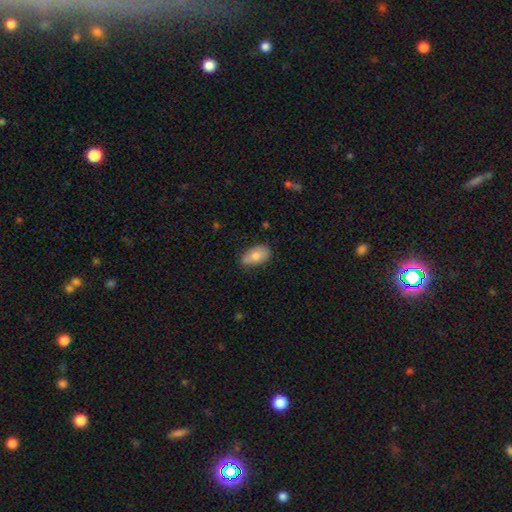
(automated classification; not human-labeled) A smooth galaxy with no disk features (78%) that is in between round and cigar-shaped (92%). Merging: none (65%).